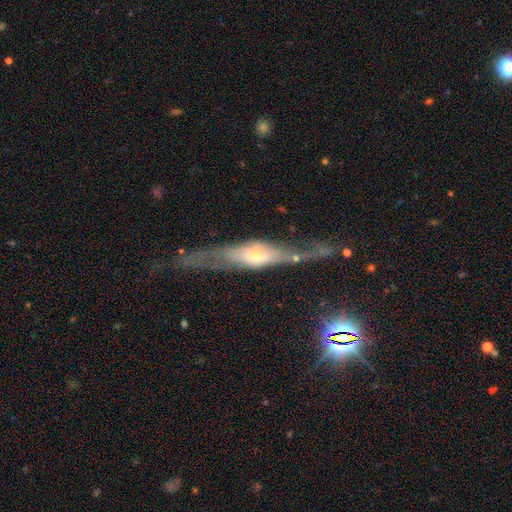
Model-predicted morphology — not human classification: The model was most divided on "merging": none: 55%, minor disturbance: 21%, major disturbance: 19%, merger: 5%. More confident: edge-on disk — yes (77%); edge-on bulge — rounded (76%); smooth or featured — featured or disk (73%).